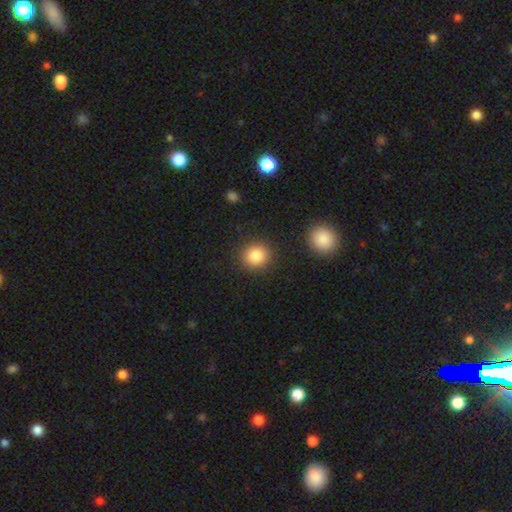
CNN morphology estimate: A smooth galaxy with no disk features (85%) that is round (87%). Merging: none (88%).